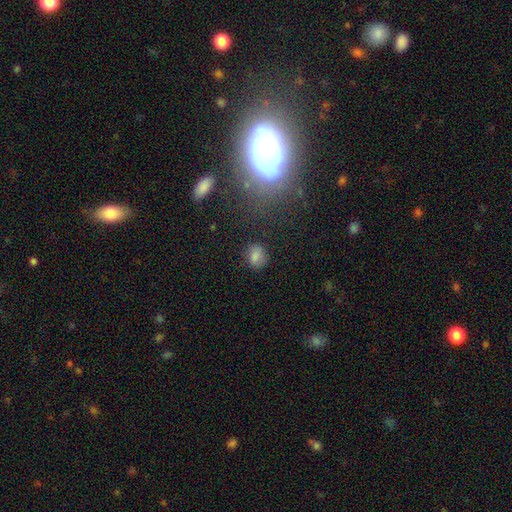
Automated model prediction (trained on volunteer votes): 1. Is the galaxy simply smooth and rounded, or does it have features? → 80% smooth, 12% star or artifact, 8% featured or disk.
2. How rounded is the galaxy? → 58% round, 41% in between, 1% cigar-shaped.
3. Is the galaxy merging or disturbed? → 79% none, 15% minor disturbance, 4% major disturbance, 2% merger.